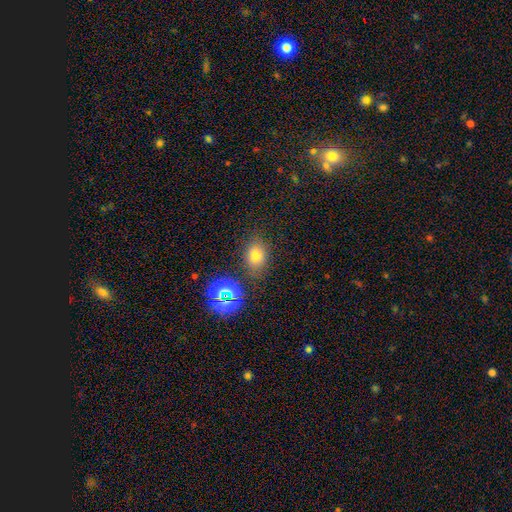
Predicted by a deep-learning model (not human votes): A smooth galaxy with no disk features (71%) that is in between round and cigar-shaped (61%). Merging: none (79%).